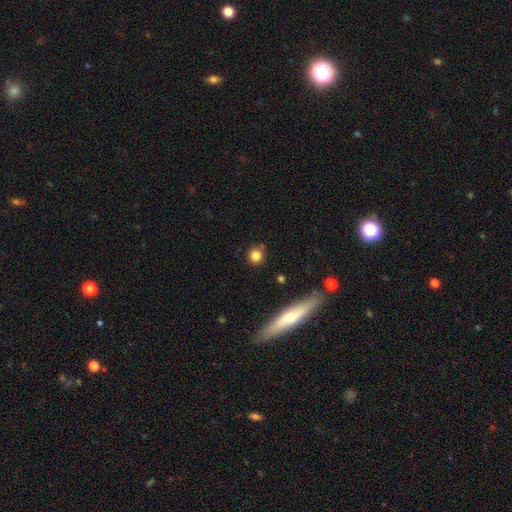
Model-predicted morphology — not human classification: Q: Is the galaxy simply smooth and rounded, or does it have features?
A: smooth — 82%.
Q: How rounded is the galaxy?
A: round — 88%.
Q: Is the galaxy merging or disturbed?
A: none — 81%.